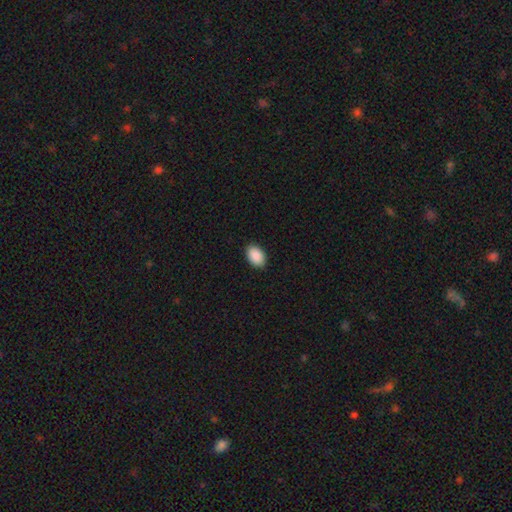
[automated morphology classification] smooth_or_featured: smooth (p=0.91) [alt: star or artifact p=0.07]
how_rounded: in between (p=0.89) [alt: round p=0.10]
merging: none (p=0.89) [alt: minor disturbance p=0.08]